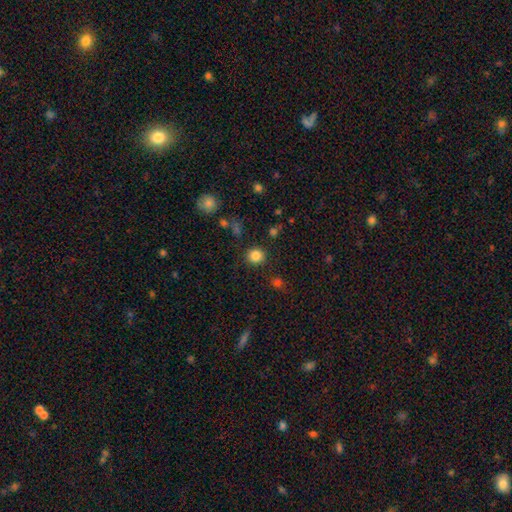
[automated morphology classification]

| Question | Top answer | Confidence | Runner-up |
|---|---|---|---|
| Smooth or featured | smooth | 84% | star or artifact (11%) |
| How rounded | round | 91% | in between (8%) |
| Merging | none | 89% | minor disturbance (6%) |